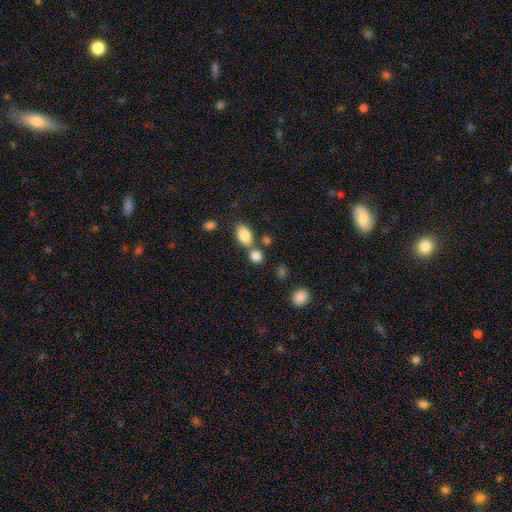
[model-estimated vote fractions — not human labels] Smooth or featured? smooth (83%)
How rounded? in between (52%)
Merging? none (53%)